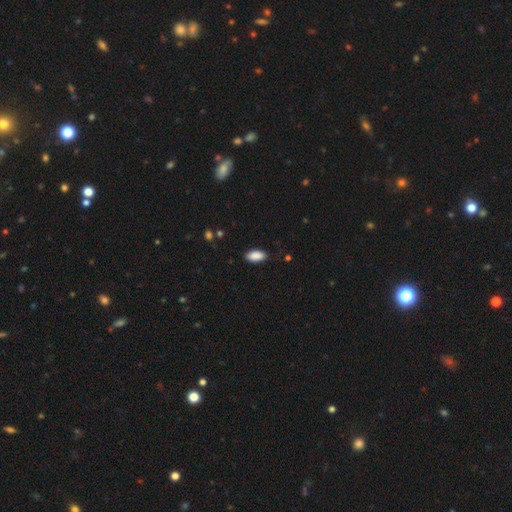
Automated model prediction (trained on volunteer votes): A smooth galaxy with no disk features (90%) that is in between round and cigar-shaped (91%).

Vote fractions:
- Smooth or featured? smooth: 90% / star or artifact: 7% / featured or disk: 4%
- How rounded? in between: 91% / cigar-shaped: 7% / round: 2%
- Merging? none: 85% / minor disturbance: 11% / major disturbance: 2% / merger: 1%